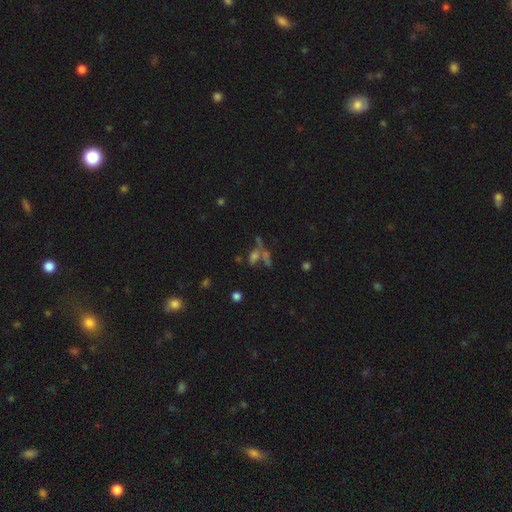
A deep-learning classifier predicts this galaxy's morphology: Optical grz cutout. It shows a star or artifact, not a galaxy (37%).